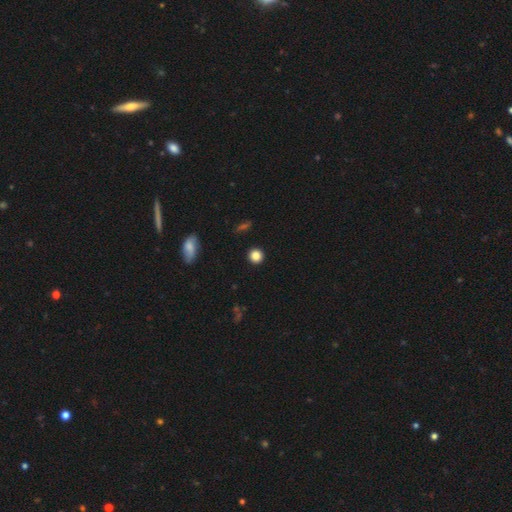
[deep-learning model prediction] smooth 85%, star or artifact 11%, featured or disk 4%. Down the decision tree: how rounded — round (92%); merging — none (92%).